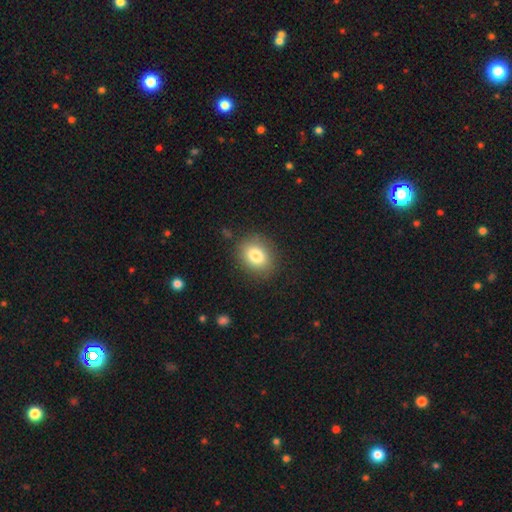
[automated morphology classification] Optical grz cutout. It shows a smooth galaxy with no disk features (81%) that is in between round and cigar-shaped (51%). Merging: none (86%).